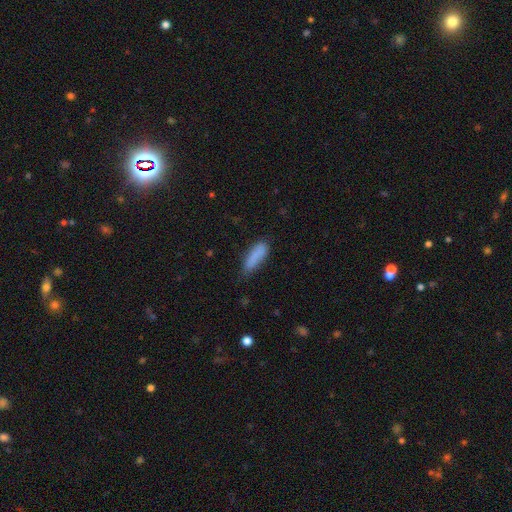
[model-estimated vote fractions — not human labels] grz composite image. It shows a smooth galaxy with no disk features (85%) that is cigar-shaped (51%). Merging: none (63%).